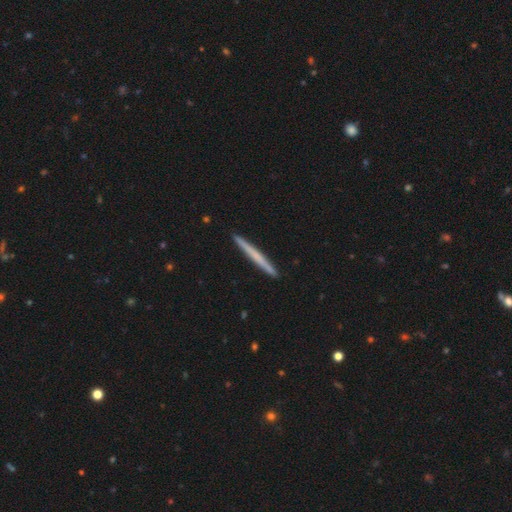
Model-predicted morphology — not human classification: This is possibly a smooth galaxy (51%). How rounded: clearly cigar-shaped (97%). Merging: clearly none (93%).